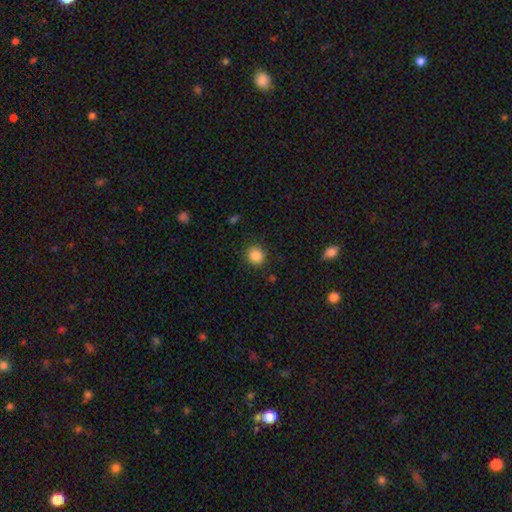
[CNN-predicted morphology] Q: Smooth or featured?
A: smooth (86%); runner-up: star or artifact (10%)
Q: How rounded?
A: round (90%); runner-up: in between (9%)
Q: Merging?
A: none (89%); runner-up: minor disturbance (7%)